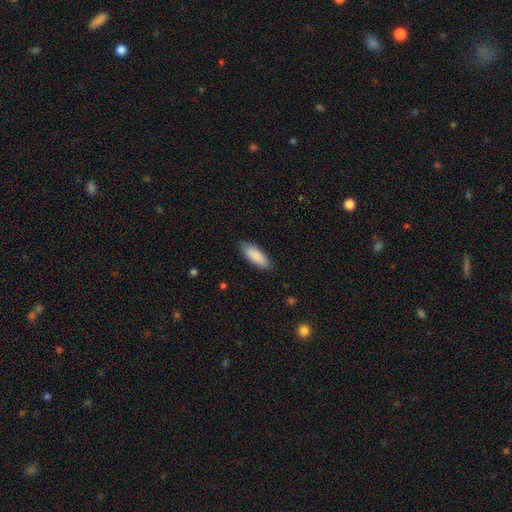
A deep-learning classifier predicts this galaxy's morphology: A smooth galaxy with no disk features (89%) that is in between round and cigar-shaped (71%).

Vote fractions:
- Smooth or featured? smooth: 89% / featured or disk: 6% / star or artifact: 5%
- How rounded? in between: 71% / cigar-shaped: 27% / round: 1%
- Merging? none: 85% / minor disturbance: 12% / major disturbance: 2% / merger: 1%